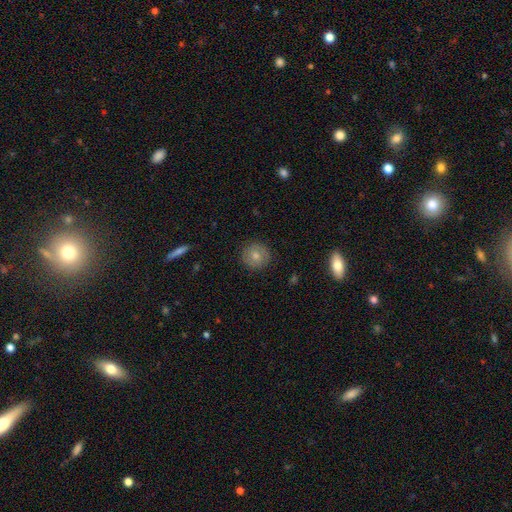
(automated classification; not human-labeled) A smooth galaxy with no disk features (74%) that is round (93%).

Vote fractions:
- Smooth or featured? smooth: 74% / featured or disk: 17% / star or artifact: 9%
- How rounded? round: 93% / in between: 6% / cigar-shaped: 1%
- Merging? none: 89% / minor disturbance: 8% / major disturbance: 2% / merger: 1%